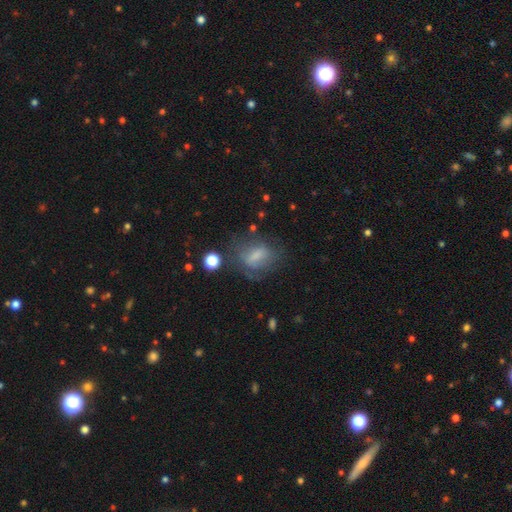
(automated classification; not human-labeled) smooth-or-featured: smooth: 55% | featured or disk: 33% | star or artifact: 12%
  how-rounded: in between: 67% | round: 27% | cigar-shaped: 7%
  merging: none: 52% | minor disturbance: 24% | major disturbance: 19% | merger: 4%